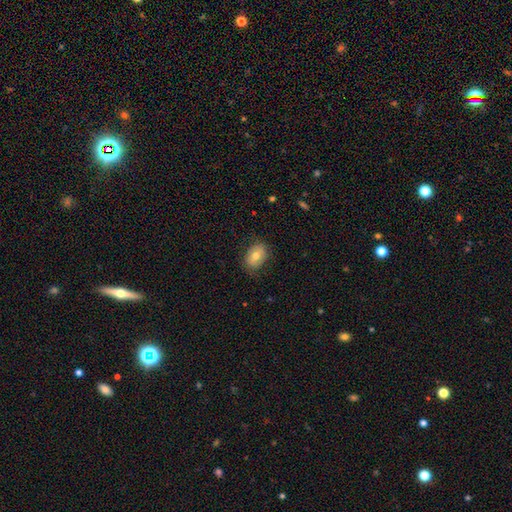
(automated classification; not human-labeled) This appears to be a smooth galaxy with no disk features (70%) that is in between round and cigar-shaped (77%). Merging: none (81%).